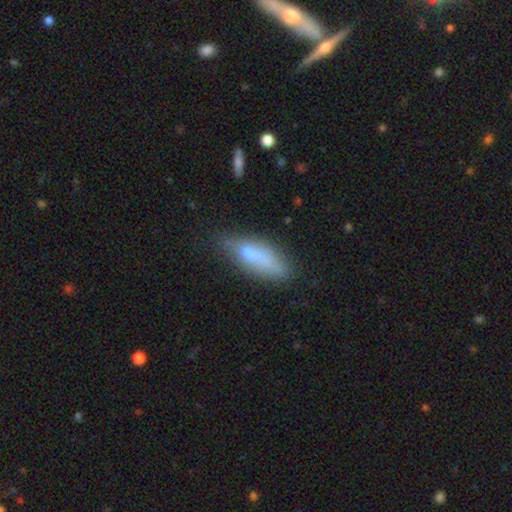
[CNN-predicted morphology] Smooth or featured? smooth (69%)
How rounded? in between (55%)
Merging? none (55%)